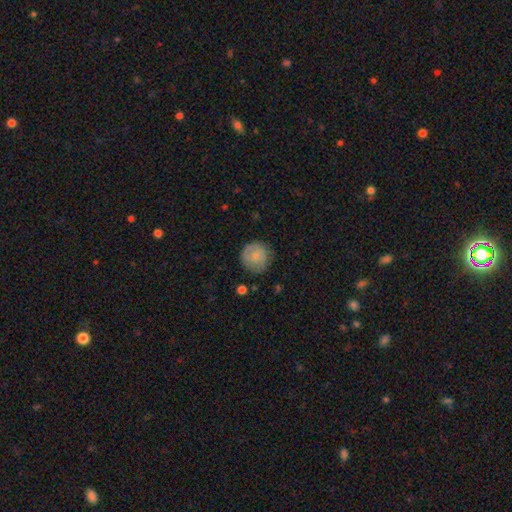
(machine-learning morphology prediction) Q: Smooth or featured?
A: smooth (75%); runner-up: featured or disk (17%)
Q: How rounded?
A: round (93%); runner-up: in between (6%)
Q: Merging?
A: none (77%); runner-up: minor disturbance (17%)